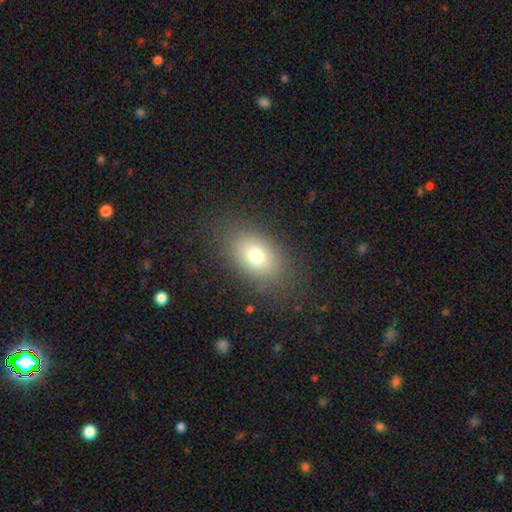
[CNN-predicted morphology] smooth 75%, featured or disk 14%, star or artifact 11%. Down the decision tree: how rounded — in between (83%); merging — none (83%).